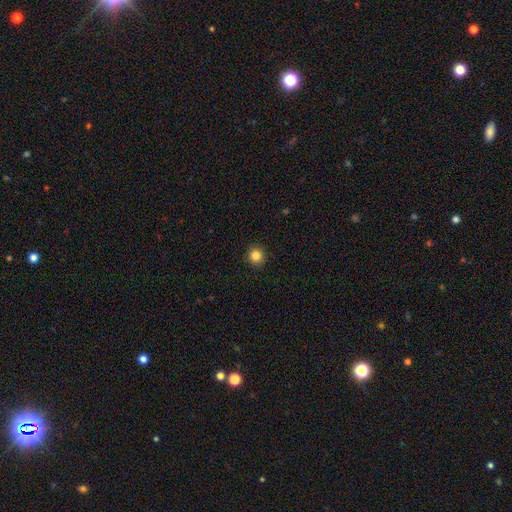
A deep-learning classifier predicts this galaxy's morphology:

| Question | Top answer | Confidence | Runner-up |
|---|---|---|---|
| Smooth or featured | smooth | 85% | star or artifact (11%) |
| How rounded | round | 93% | in between (7%) |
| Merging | none | 92% | minor disturbance (5%) |